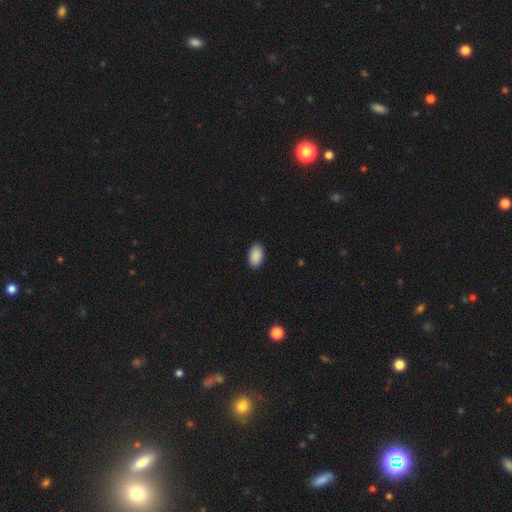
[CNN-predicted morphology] smooth 91%, star or artifact 7%, featured or disk 2%. Down the decision tree: how rounded — in between (93%); merging — none (91%).